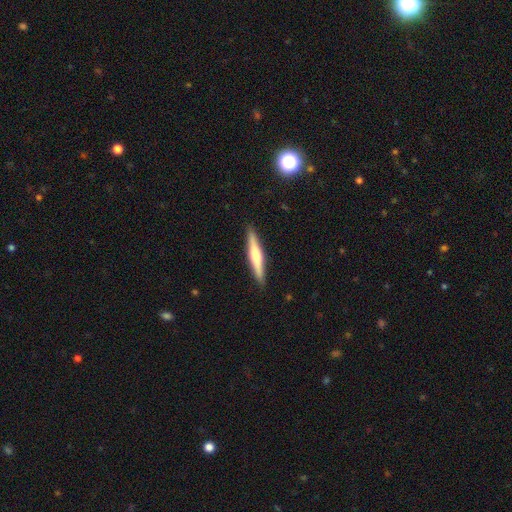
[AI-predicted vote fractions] This appears to be a featured or disk galaxy (50%) viewed edge-on (97%). Merging: none (91%).